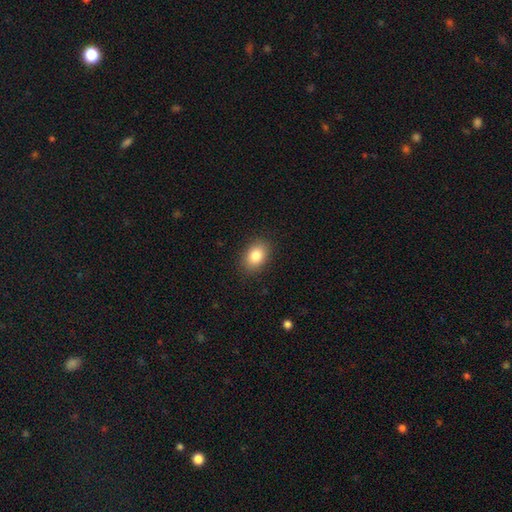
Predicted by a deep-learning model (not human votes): smooth-or-featured: smooth: 84% | star or artifact: 9% | featured or disk: 8%
  how-rounded: in between: 73% | round: 26% | cigar-shaped: 1%
  merging: none: 88% | minor disturbance: 8% | major disturbance: 2% | merger: 1%